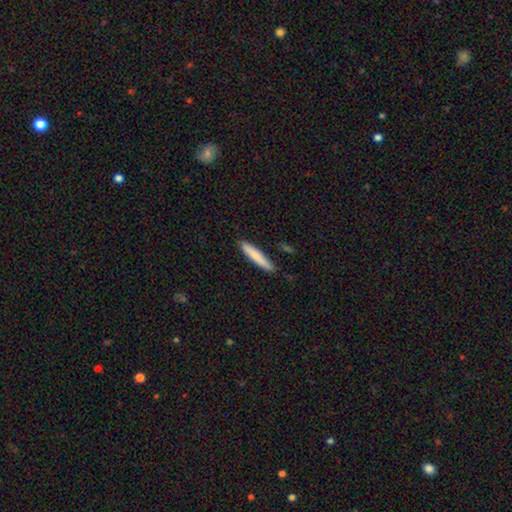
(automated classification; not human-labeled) Smooth or featured: smooth — 78% (featured or disk — 17%)
How rounded: cigar-shaped — 92% (in between — 7%)
Merging: none — 87% (minor disturbance — 10%)